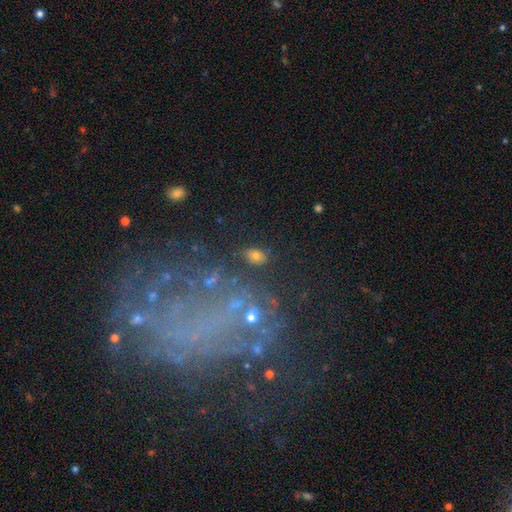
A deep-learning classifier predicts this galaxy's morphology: This appears to be a smooth galaxy with no disk features (65%) that is in between round and cigar-shaped (83%). Merging: none (75%).